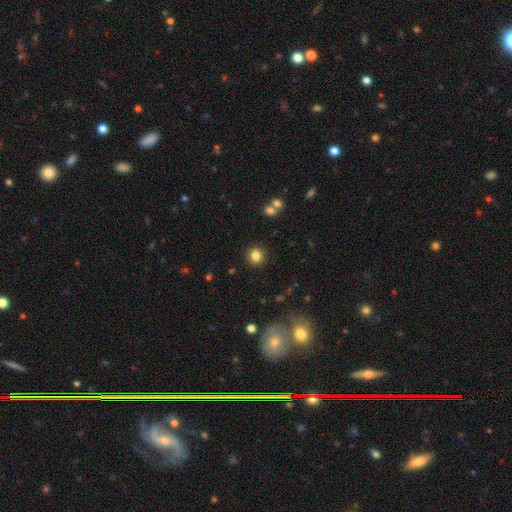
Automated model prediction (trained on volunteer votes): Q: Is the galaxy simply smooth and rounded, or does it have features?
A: smooth — 83%.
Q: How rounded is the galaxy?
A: round — 84%.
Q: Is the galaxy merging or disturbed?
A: none — 90%.